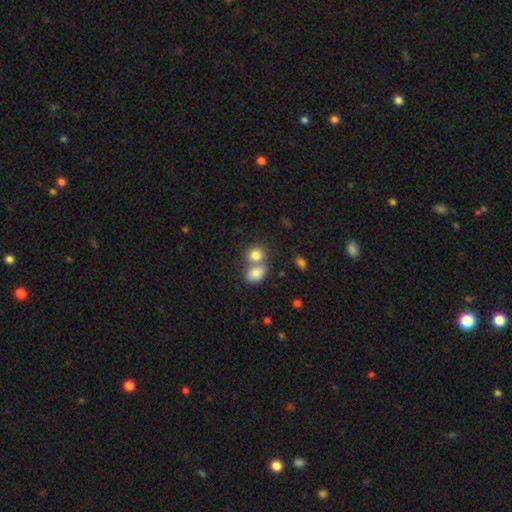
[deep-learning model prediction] This is clearly a smooth galaxy (83%). How rounded: likely round (62%). Merging: possibly merger (55%).